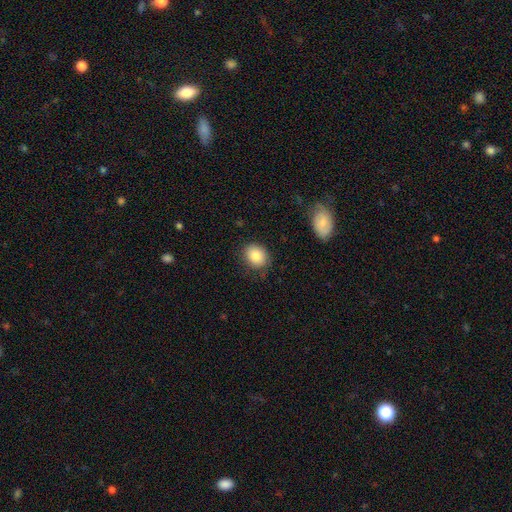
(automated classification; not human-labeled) smooth-or-featured: smooth: 84% | star or artifact: 8% | featured or disk: 8%
  how-rounded: round: 59% | in between: 40% | cigar-shaped: 1%
  merging: none: 80% | minor disturbance: 15% | major disturbance: 4% | merger: 2%